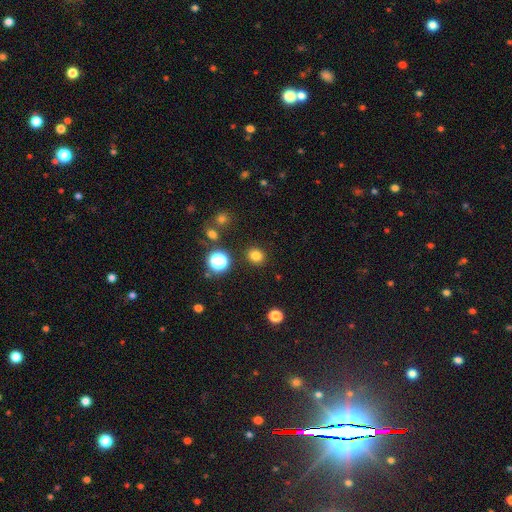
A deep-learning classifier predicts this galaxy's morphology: smooth-or-featured: smooth: 79% | star or artifact: 16% | featured or disk: 5%
  how-rounded: round: 83% | in between: 16% | cigar-shaped: 1%
  merging: none: 89% | minor disturbance: 6% | major disturbance: 3% | merger: 2%